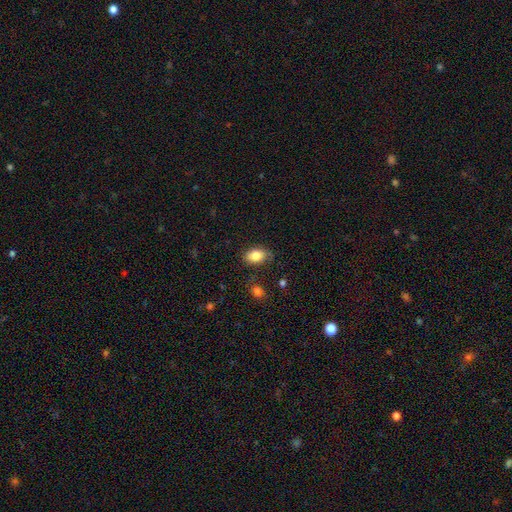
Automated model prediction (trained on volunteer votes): Q: Smooth or featured?
A: smooth (83%); runner-up: featured or disk (9%)
Q: How rounded?
A: in between (87%); runner-up: round (12%)
Q: Merging?
A: none (71%); runner-up: minor disturbance (21%)